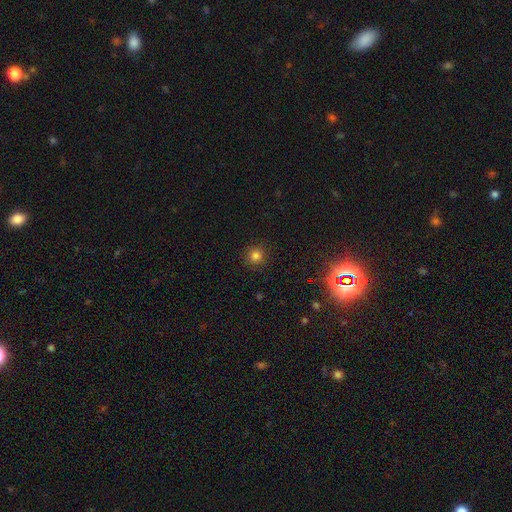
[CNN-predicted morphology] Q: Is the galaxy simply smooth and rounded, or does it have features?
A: smooth — 79%.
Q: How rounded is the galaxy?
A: round — 94%.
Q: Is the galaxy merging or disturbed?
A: none — 91%.